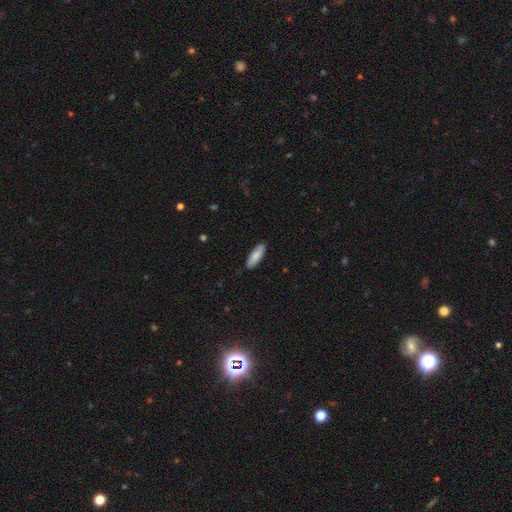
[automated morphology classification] smooth-or-featured: smooth: 82% | featured or disk: 12% | star or artifact: 5%
  how-rounded: in between: 55% | cigar-shaped: 44% | round: 2%
  merging: none: 87% | minor disturbance: 10% | major disturbance: 2% | merger: 1%